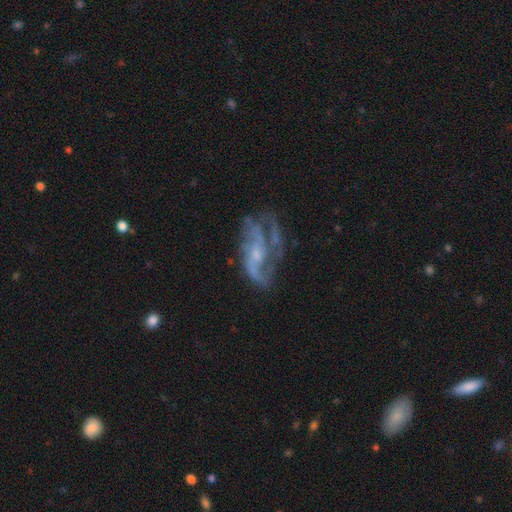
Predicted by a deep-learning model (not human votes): Overall: featured or disk (74%). Edge-on disk: no (93%). Bar: no (42%; weak 40%). Spiral arms: yes (87%). Spiral arm count: 2 (45%; can't tell 23%). Spiral winding: medium (43%; loose 32%). Bulge size: small (60%; moderate 30%). Merging: none (58%; major disturbance 19%).